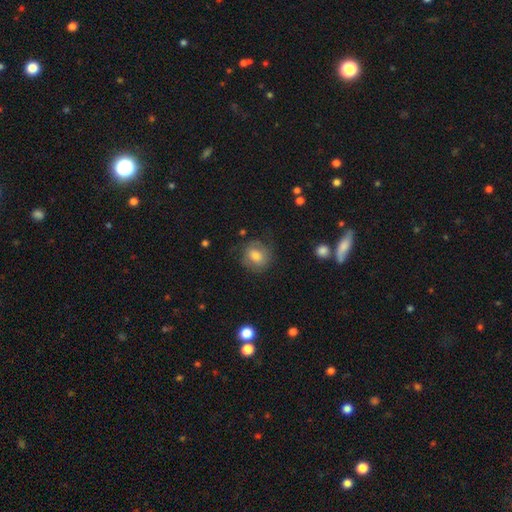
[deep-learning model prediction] Q: Smooth or featured?
A: smooth (61%); runner-up: featured or disk (29%)
Q: How rounded?
A: round (76%); runner-up: in between (23%)
Q: Merging?
A: none (71%); runner-up: minor disturbance (19%)